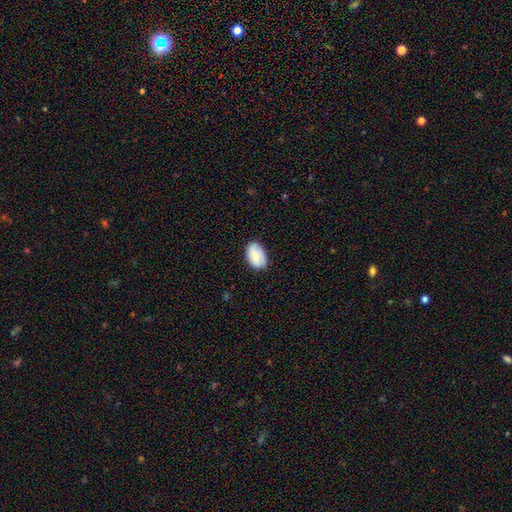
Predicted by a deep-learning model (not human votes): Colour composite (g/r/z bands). It shows a smooth galaxy with no disk features (73%) that is in between round and cigar-shaped (89%). Merging: none (75%).